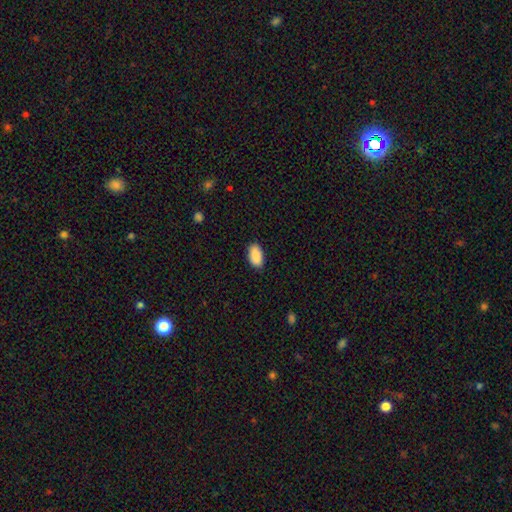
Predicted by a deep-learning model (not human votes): Morphology: type=smooth (91%); roundness=in between (95%); merging=none (88%).